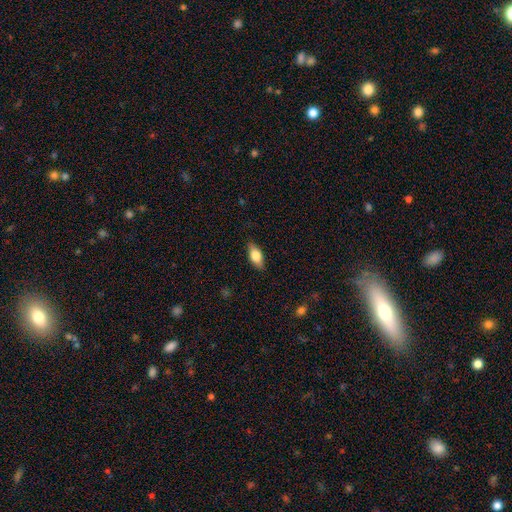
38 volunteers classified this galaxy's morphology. Smooth or featured: smooth — 76% (featured or disk — 18%)
How rounded: in between — 97% (cigar-shaped — 3%)
Merging: none — 92% (minor disturbance — 6%)